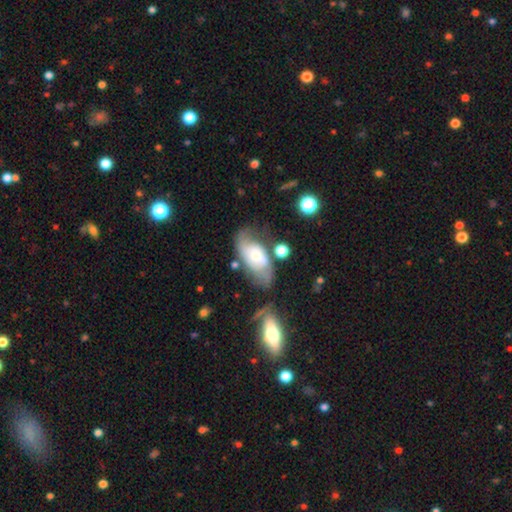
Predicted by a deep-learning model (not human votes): This appears to be a featured or disk galaxy (57%) with no bar (68%), spiral arms (71%) and a moderate central bulge (45%). Merging: none (47%).